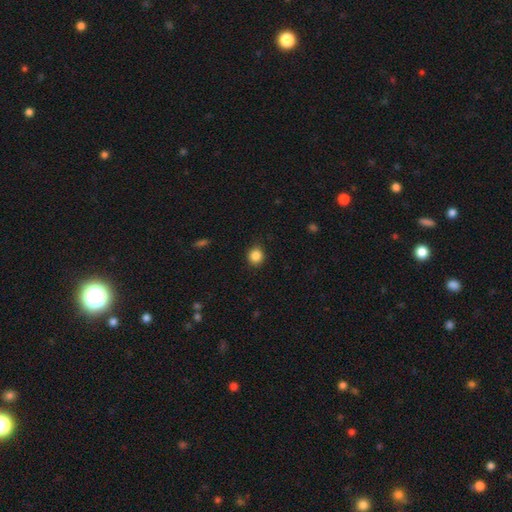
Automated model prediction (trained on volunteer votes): The model was most divided on "how rounded": round: 84%, in between: 15%, cigar-shaped: 1%. More confident: merging — none (89%); smooth or featured — smooth (86%).